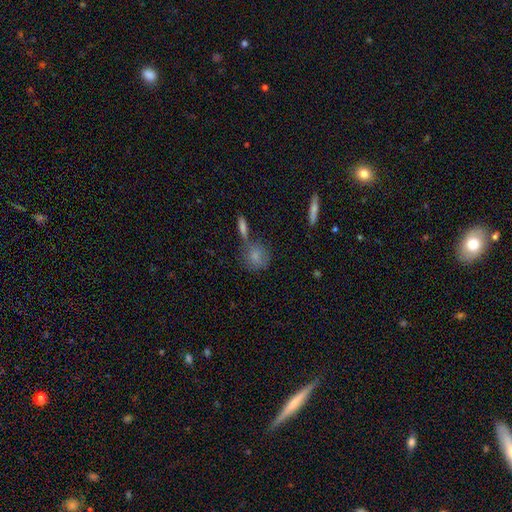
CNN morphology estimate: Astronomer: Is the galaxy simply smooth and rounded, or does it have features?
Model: smooth — 78%.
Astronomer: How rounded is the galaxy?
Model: round — 72%.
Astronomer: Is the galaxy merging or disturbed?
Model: none — 52%.